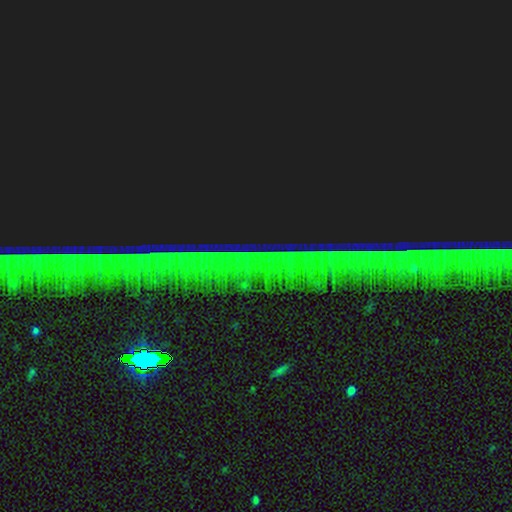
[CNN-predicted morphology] The model was most divided on "smooth or featured": star or artifact: 86%, featured or disk: 7%, smooth: 7%.